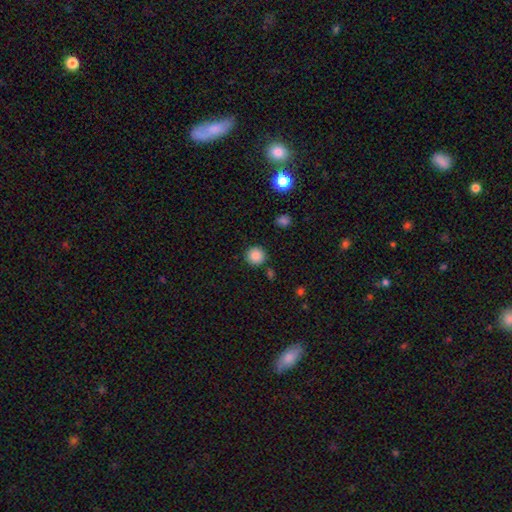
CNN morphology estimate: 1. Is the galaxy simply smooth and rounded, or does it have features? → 86% smooth, 10% star or artifact, 4% featured or disk.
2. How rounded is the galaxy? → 94% round, 5% in between, 1% cigar-shaped.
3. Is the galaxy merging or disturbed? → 88% none, 7% minor disturbance, 3% merger, 2% major disturbance.